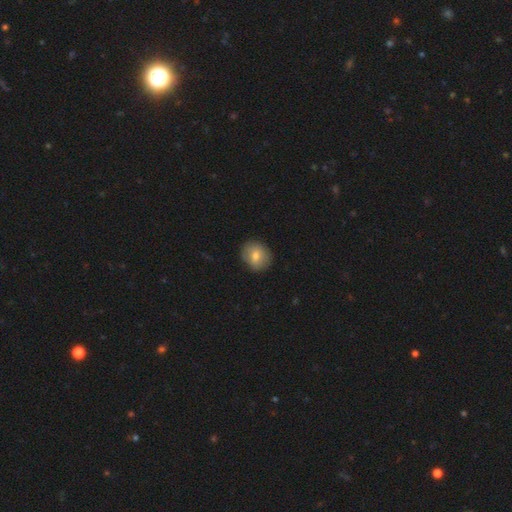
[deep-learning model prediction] This is likely a smooth galaxy (74%). How rounded: likely round (72%). Merging: clearly none (86%).